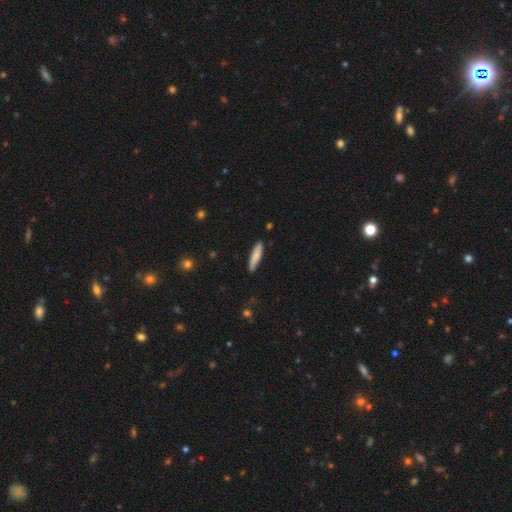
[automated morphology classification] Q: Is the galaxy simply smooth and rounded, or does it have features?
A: smooth — 78%.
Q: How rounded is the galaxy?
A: cigar-shaped — 84%.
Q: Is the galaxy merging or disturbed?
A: none — 87%.